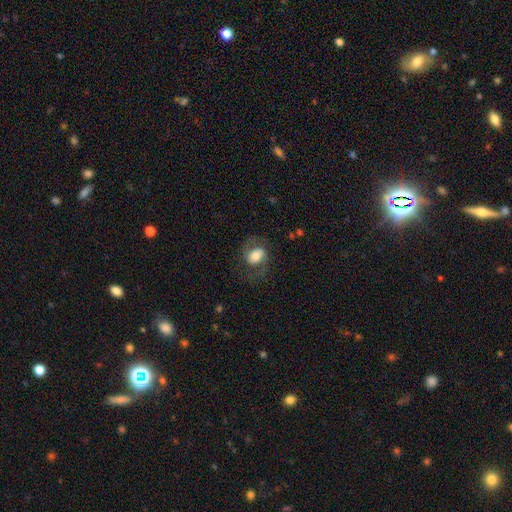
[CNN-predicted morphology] Q: Smooth or featured?
A: featured or disk (52%); runner-up: smooth (39%)
Q: Edge-on disk?
A: no (96%); runner-up: yes (4%)
Q: Bar?
A: no (49%); runner-up: weak (35%)
Q: Spiral arms?
A: yes (82%); runner-up: no (18%)
Q: Bulge size?
A: moderate (52%); runner-up: large (29%)
Q: Merging?
A: none (66%); runner-up: minor disturbance (17%)